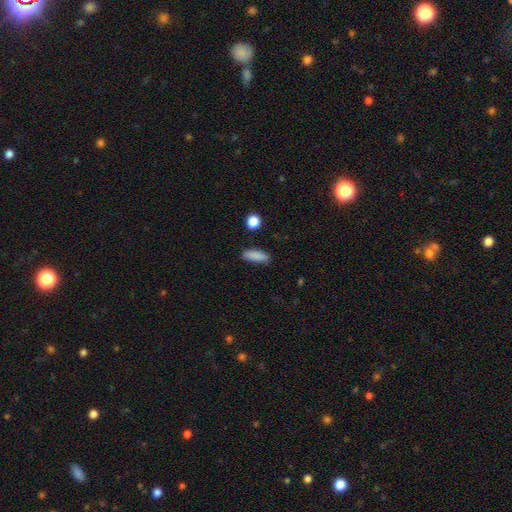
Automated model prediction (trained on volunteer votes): A smooth galaxy with no disk features (87%) that is in between round and cigar-shaped (52%).

Vote fractions:
- Smooth or featured? smooth: 87% / star or artifact: 8% / featured or disk: 5%
- How rounded? in between: 52% / cigar-shaped: 45% / round: 3%
- Merging? none: 87% / minor disturbance: 9% / major disturbance: 2% / merger: 2%